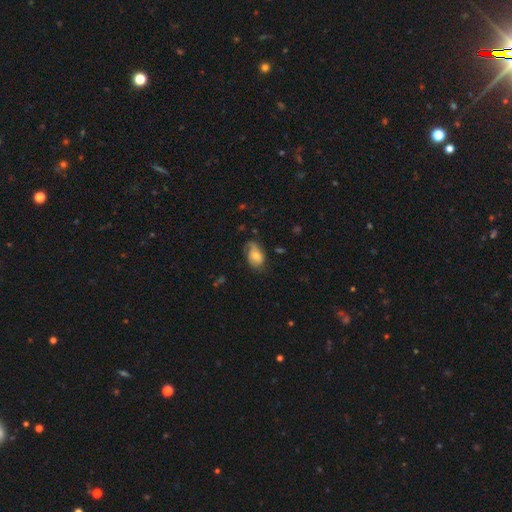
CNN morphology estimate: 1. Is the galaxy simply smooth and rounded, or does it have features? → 53% smooth, 40% featured or disk, 8% star or artifact.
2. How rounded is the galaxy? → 88% in between, 10% round, 2% cigar-shaped.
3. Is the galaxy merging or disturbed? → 52% none, 32% minor disturbance, 14% major disturbance, 2% merger.